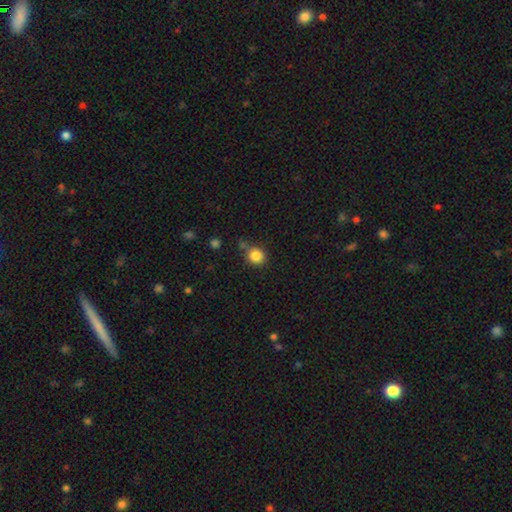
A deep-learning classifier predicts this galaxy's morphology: smooth-or-featured: smooth: 84% | star or artifact: 11% | featured or disk: 5%
  how-rounded: round: 84% | in between: 15% | cigar-shaped: 1%
  merging: none: 67% | minor disturbance: 17% | merger: 11% | major disturbance: 5%